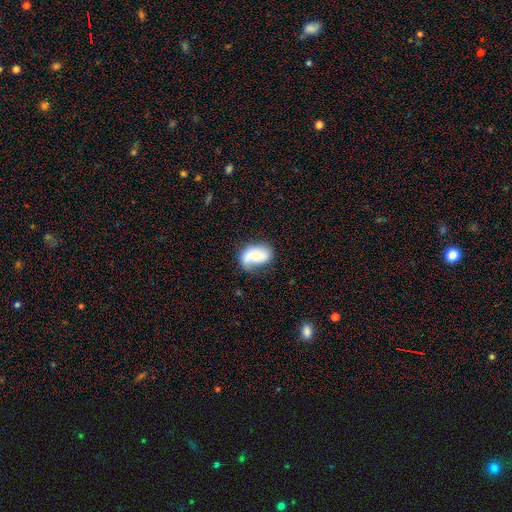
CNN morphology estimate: This is possibly a featured or disk galaxy (46%, tied with smooth). Merging: possibly none (57%).